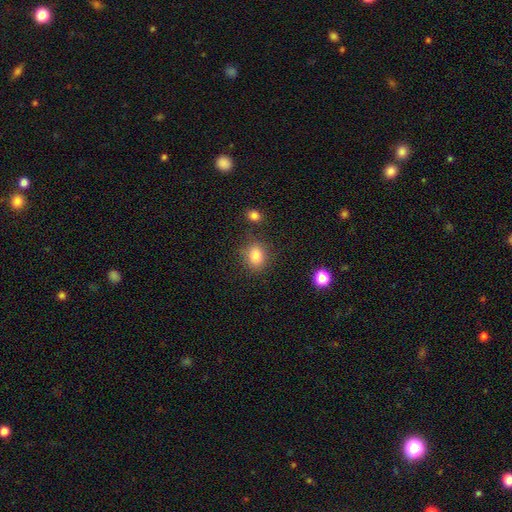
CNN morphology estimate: smooth_or_featured: smooth (p=0.83) [alt: star or artifact p=0.10]
how_rounded: round (p=0.56) [alt: in between p=0.43]
merging: none (p=0.79) [alt: minor disturbance p=0.12]